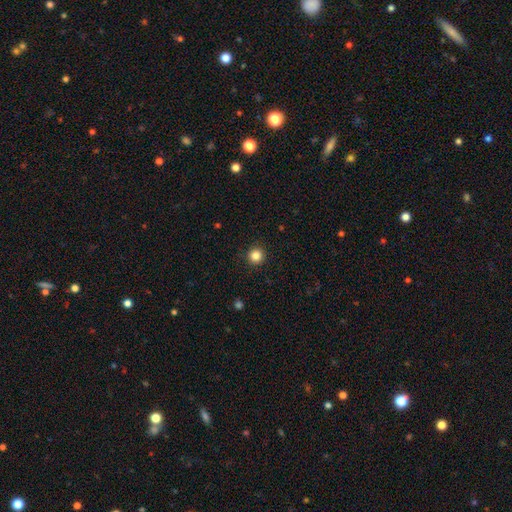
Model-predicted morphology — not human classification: Q: Smooth or featured?
A: smooth (84%); runner-up: star or artifact (12%)
Q: How rounded?
A: round (96%); runner-up: in between (3%)
Q: Merging?
A: none (93%); runner-up: minor disturbance (5%)